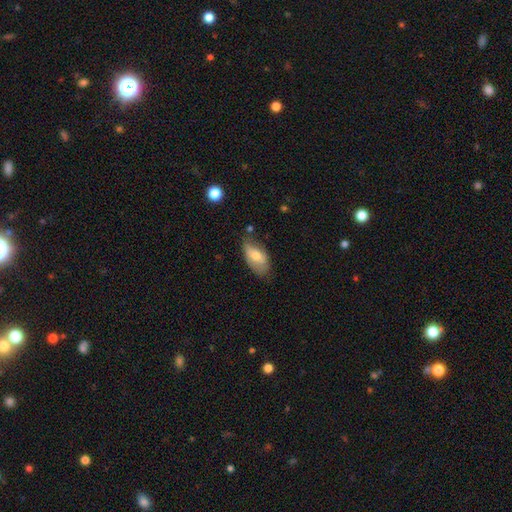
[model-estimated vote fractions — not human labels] Overall: smooth (68%). How rounded: in between (92%). Merging: none (61%; minor disturbance 29%).